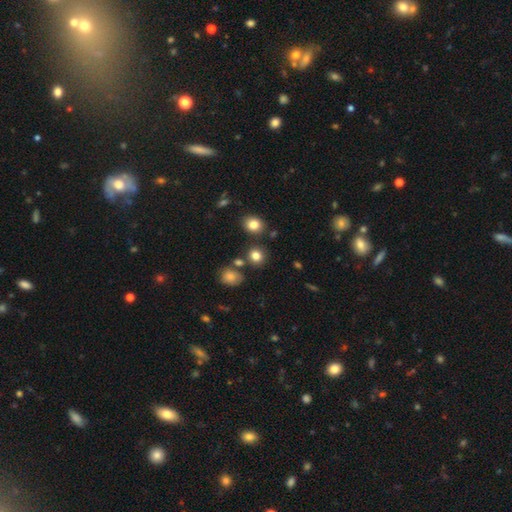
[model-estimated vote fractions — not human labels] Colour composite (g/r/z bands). It shows a smooth galaxy with no disk features (80%) that is round (83%). Merging: none (79%).